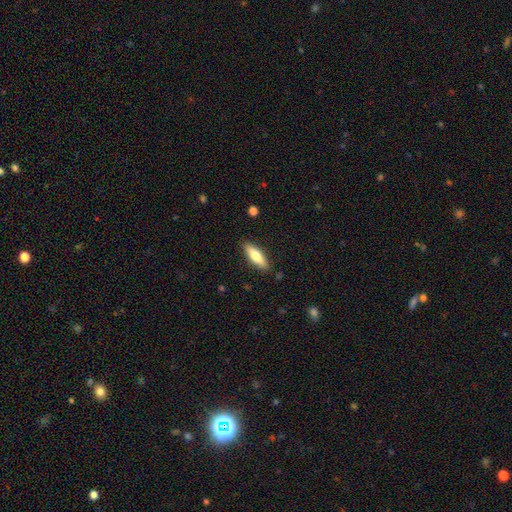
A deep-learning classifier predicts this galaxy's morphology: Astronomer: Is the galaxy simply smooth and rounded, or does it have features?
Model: smooth — 72%.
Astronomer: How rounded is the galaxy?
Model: cigar-shaped — 55% (runner-up: in between, 44%).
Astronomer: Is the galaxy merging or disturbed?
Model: none — 88%.